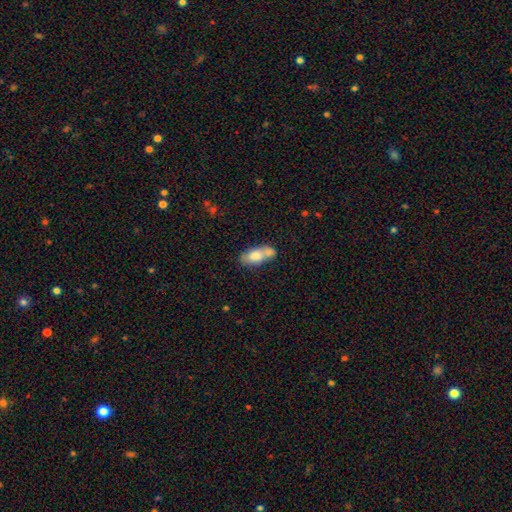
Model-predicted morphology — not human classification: The model was most divided on "merging": merger: 47%, none: 34%, minor disturbance: 14%, major disturbance: 6%. More confident: how rounded — in between (85%); smooth or featured — smooth (75%).